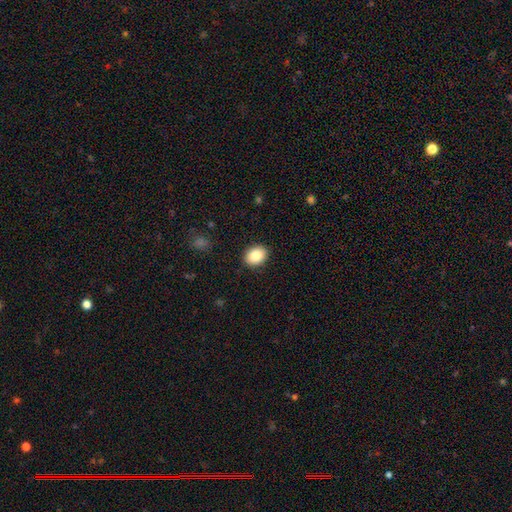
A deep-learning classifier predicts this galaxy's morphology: Overall: smooth (87%). How rounded: in between (61%; round 38%). Merging: none (90%).